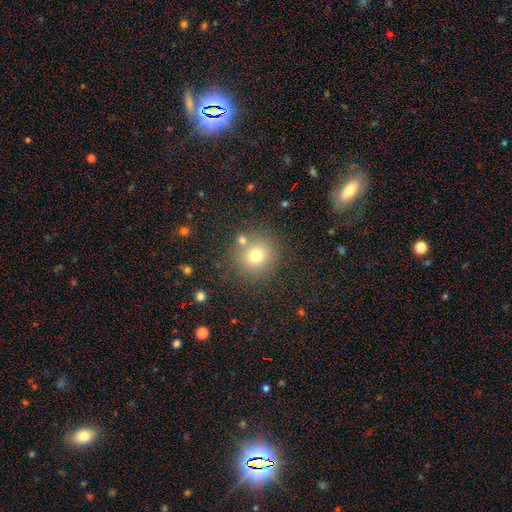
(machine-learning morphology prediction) Smooth or featured?
  - smooth: 73% *
  - star or artifact: 16%
  - featured or disk: 12%
How rounded?
  - round: 91% *
  - in between: 8%
  - cigar-shaped: 1%
Merging?
  - none: 75% *
  - merger: 11%
  - minor disturbance: 9%
  - major disturbance: 4%